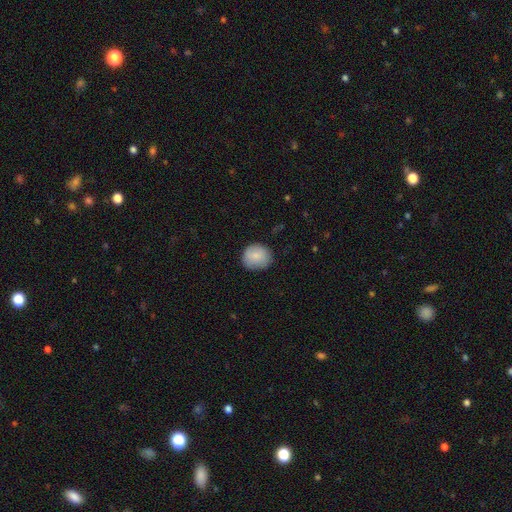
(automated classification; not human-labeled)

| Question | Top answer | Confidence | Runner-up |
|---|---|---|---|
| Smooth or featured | smooth | 85% | featured or disk (8%) |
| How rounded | round | 84% | in between (15%) |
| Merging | none | 84% | minor disturbance (13%) |